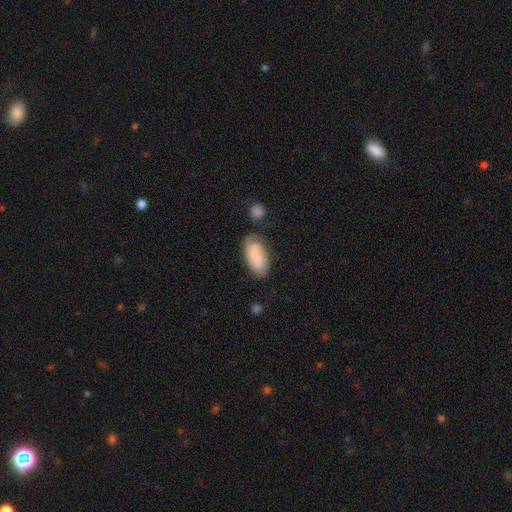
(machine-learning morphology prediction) This is possibly a smooth galaxy (59%). How rounded: clearly in between (91%). Merging: possibly none (58%).